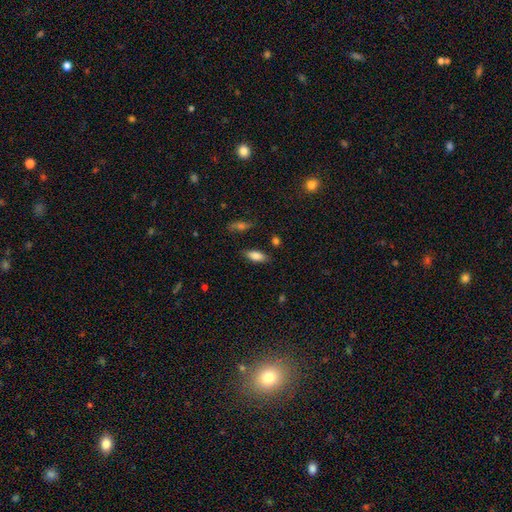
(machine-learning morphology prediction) type=smooth (83%); roundness=in between (81%); merging=none (83%).